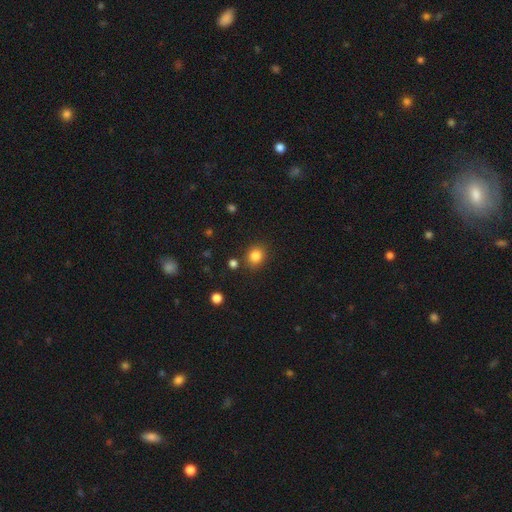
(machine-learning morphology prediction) The model was most divided on "how rounded": round: 73%, in between: 26%, cigar-shaped: 1%. More confident: merging — none (84%); smooth or featured — smooth (84%).